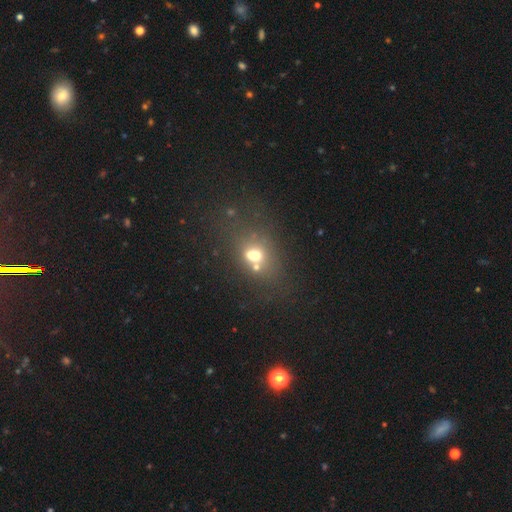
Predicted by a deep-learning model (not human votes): A smooth galaxy with no disk features (57%) that is in between round and cigar-shaped (54%).

Vote fractions:
- Smooth or featured? smooth: 57% / featured or disk: 23% / star or artifact: 20%
- How rounded? in between: 54% / round: 44% / cigar-shaped: 2%
- Merging? none: 40% (tied) / merger: 40% (tied) / minor disturbance: 12% / major disturbance: 9%